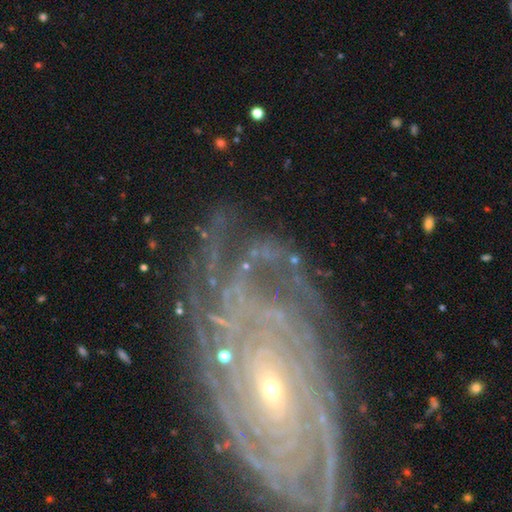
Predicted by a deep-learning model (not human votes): Smooth or featured?
  - featured or disk: 82% *
  - star or artifact: 11%
  - smooth: 7%
Edge-on disk?
  - no: 96% *
  - yes: 4%
Bar?
  - no: 63% *
  - weak: 22%
  - strong: 15%
Spiral arms?
  - yes: 95% *
  - no: 5%
Spiral winding?
  - tight: 78% *
  - medium: 17%
  - loose: 5%
Spiral arm count?
  - can't tell: 28% *
  - more than 4: 25%
  - 4: 16%
  - 3: 12%
  - 2: 11%
  - 1: 8%
Bulge size?
  - small: 76% *
  - moderate: 16%
  - none: 4%
  - large: 3%
  - dominant: 2%
Merging?
  - none: 70% *
  - minor disturbance: 15%
  - major disturbance: 12%
  - merger: 3%